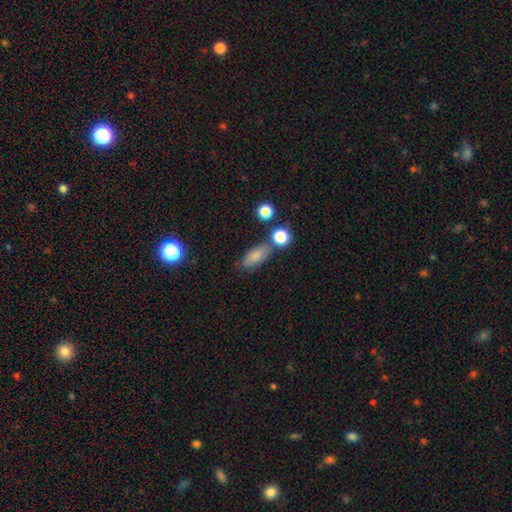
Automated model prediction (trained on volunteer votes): A smooth galaxy with no disk features (78%) that is in between round and cigar-shaped (79%).

Vote fractions:
- Smooth or featured? smooth: 78% / featured or disk: 11% / star or artifact: 11%
- How rounded? in between: 79% / cigar-shaped: 13% / round: 7%
- Merging? none: 64% / minor disturbance: 18% / merger: 13% / major disturbance: 6%